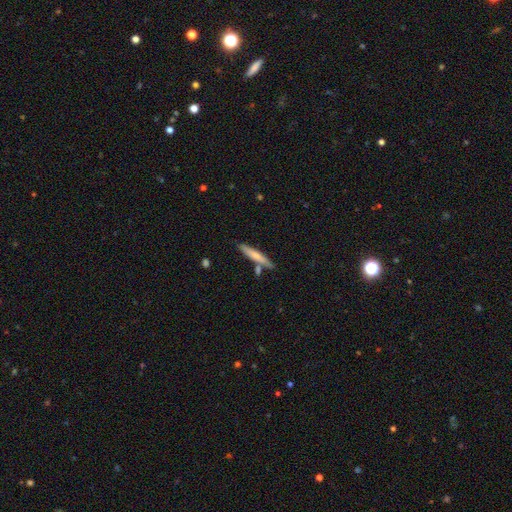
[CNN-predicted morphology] smooth-or-featured: smooth: 65% | featured or disk: 29% | star or artifact: 6%
  how-rounded: cigar-shaped: 91% | in between: 8% | round: 1%
  merging: none: 74% | minor disturbance: 12% | merger: 11% | major disturbance: 3%